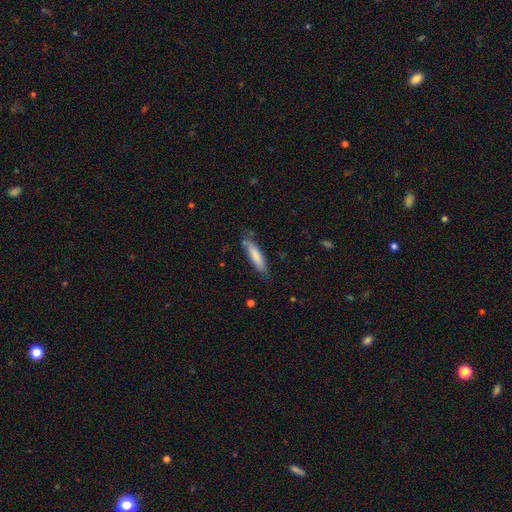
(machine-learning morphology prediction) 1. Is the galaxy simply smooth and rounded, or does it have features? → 80% smooth, 14% featured or disk, 6% star or artifact.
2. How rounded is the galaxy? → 77% cigar-shaped, 22% in between, 1% round.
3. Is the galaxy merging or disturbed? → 72% none, 21% minor disturbance, 4% major disturbance, 3% merger.